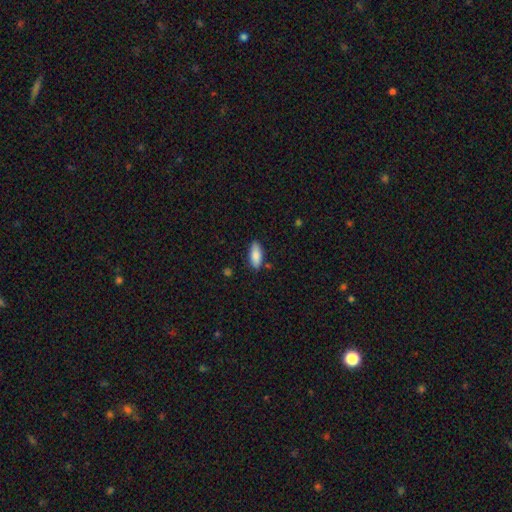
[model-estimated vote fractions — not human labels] Morphology: type=smooth (86%); roundness=in between (81%); merging=none (82%).